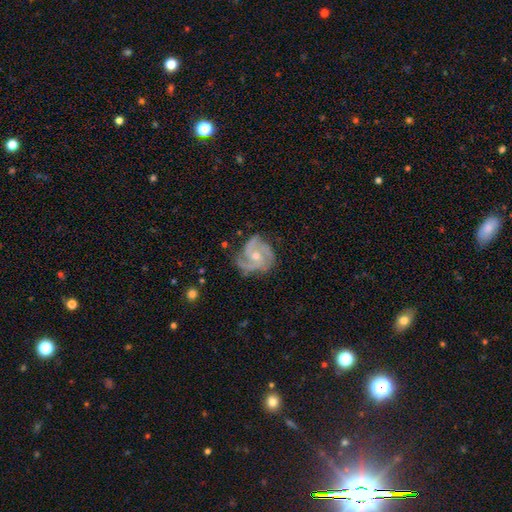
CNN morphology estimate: Overall: featured or disk (89%). Edge-on disk: no (98%). Bar: no (70%). Spiral arms: yes (98%). Spiral arm count: 3 (64%). Spiral winding: medium (48%; tight 42%). Bulge size: moderate (54%; small 43%). Merging: none (69%).